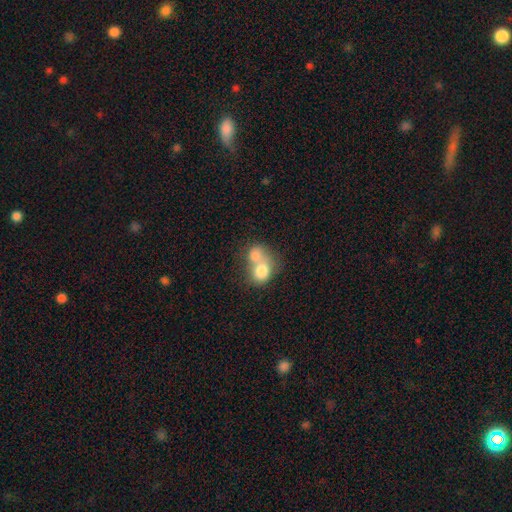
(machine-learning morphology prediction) Smooth or featured? smooth (74%)
How rounded? round (55%)
Merging? merger (74%)